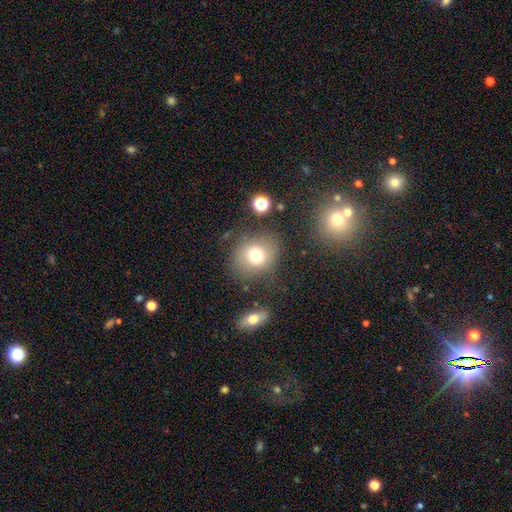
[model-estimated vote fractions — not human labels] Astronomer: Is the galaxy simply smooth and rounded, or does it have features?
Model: smooth — 74%.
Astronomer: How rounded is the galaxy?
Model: round — 71%.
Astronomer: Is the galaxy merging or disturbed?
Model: none — 73%.